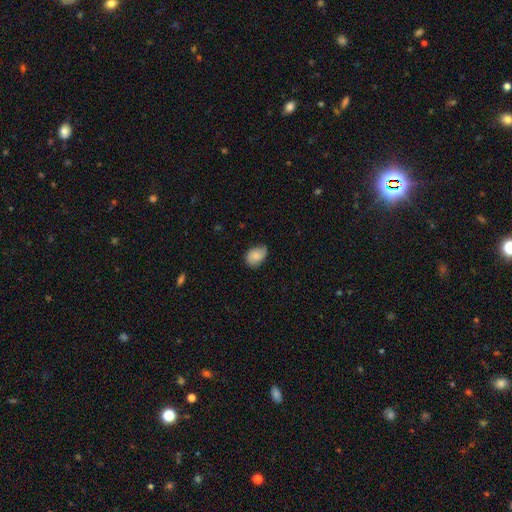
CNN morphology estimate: smooth 78%, featured or disk 15%, star or artifact 7%. Down the decision tree: how rounded — in between (81%); merging — none (67%).